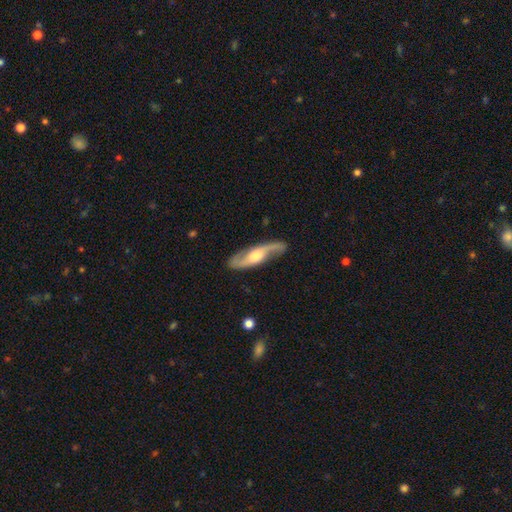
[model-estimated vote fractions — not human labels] This appears to be a featured or disk galaxy (83%) with no bar (52%), 2 (92%) loose (57%) spiral arms (95%) and a moderate central bulge (56%). Merging: none (83%).